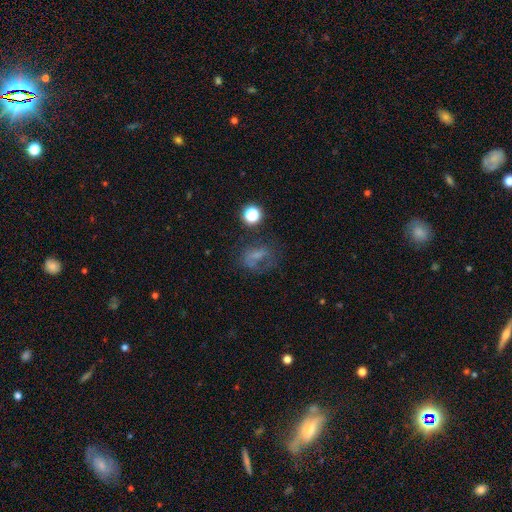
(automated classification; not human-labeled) This appears to be a smooth galaxy with no disk features (44%). Merging: none (42%).